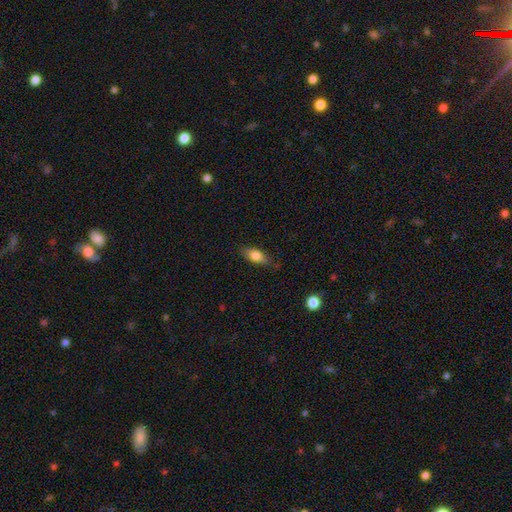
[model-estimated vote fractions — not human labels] The model was most divided on "merging": none: 79%, minor disturbance: 16%, major disturbance: 3%, merger: 1%. More confident: how rounded — in between (80%); smooth or featured — smooth (78%).